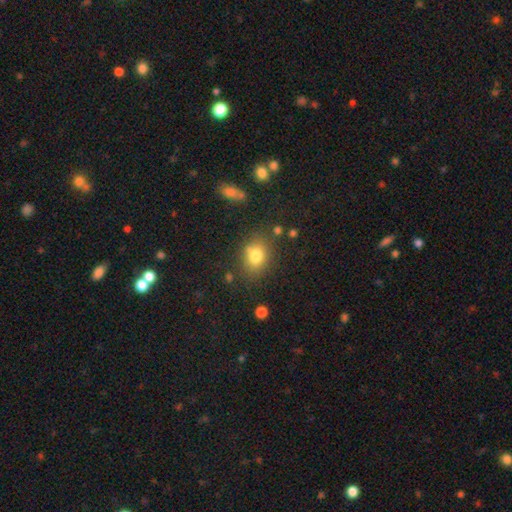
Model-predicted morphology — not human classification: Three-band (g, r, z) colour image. It shows a smooth galaxy with no disk features (77%) that is in between round and cigar-shaped (51%). Merging: none (73%).